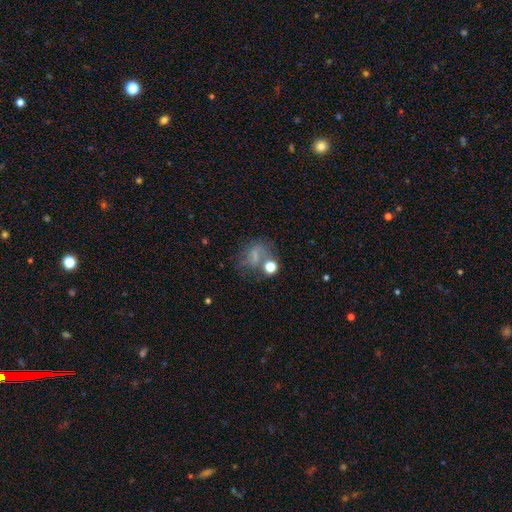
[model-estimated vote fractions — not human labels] A smooth galaxy with no disk features (49%).

Vote fractions:
- Smooth or featured? smooth: 49% / featured or disk: 27% / star or artifact: 24%
- Merging? none: 40% / major disturbance: 24% / minor disturbance: 20% / merger: 16%